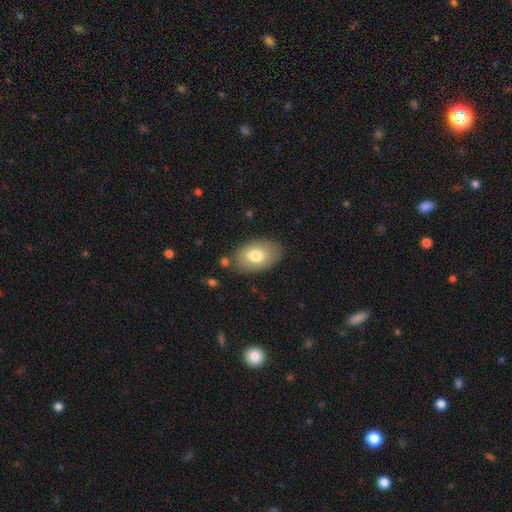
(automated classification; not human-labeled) Smooth or featured: smooth — 76% (featured or disk — 17%)
How rounded: in between — 89% (round — 10%)
Merging: none — 79% (minor disturbance — 14%)